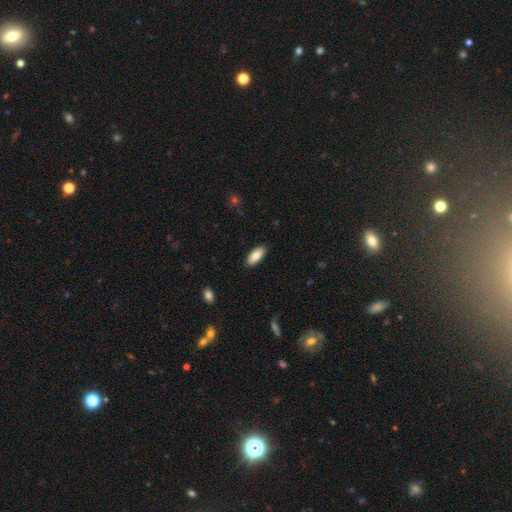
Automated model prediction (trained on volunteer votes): smooth-or-featured: smooth: 86% | featured or disk: 8% | star or artifact: 6%
  how-rounded: in between: 84% | cigar-shaped: 15% | round: 2%
  merging: none: 89% | minor disturbance: 8% | major disturbance: 2% | merger: 1%